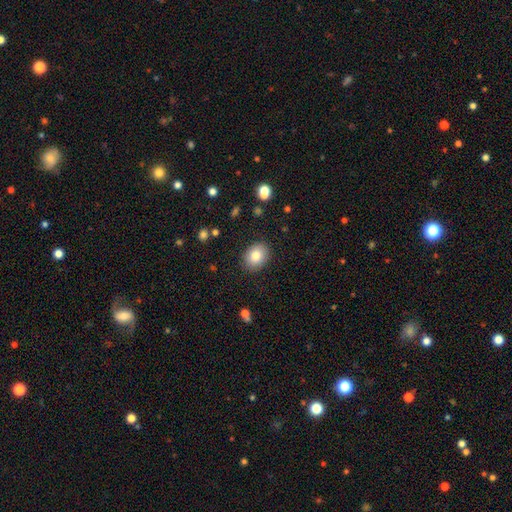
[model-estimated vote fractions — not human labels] The model was most divided on "how rounded": in between: 62%, round: 37%, cigar-shaped: 1%. More confident: merging — none (87%); smooth or featured — smooth (83%).